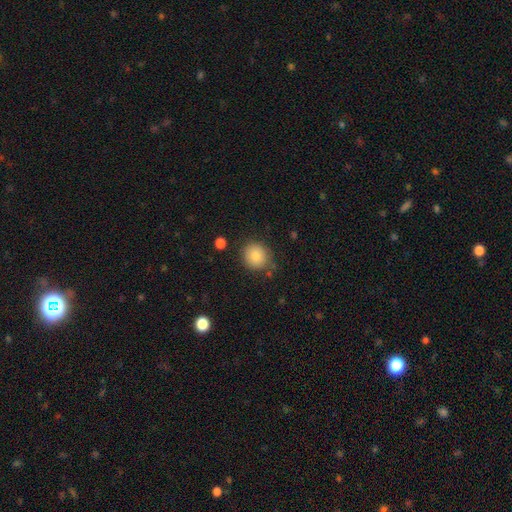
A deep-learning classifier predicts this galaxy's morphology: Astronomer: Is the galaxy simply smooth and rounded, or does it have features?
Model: smooth — 83%.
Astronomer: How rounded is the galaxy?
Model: round — 86%.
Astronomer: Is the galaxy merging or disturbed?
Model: none — 79%.